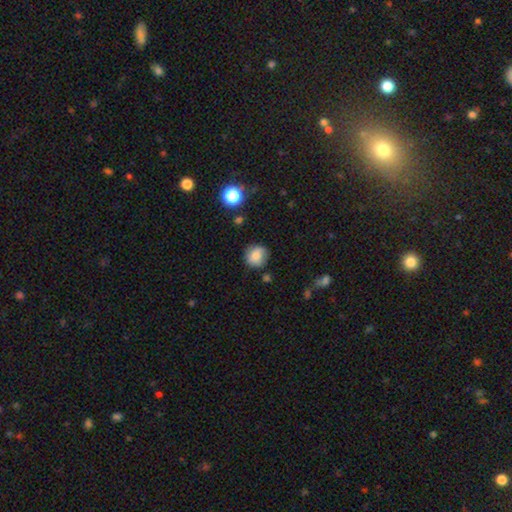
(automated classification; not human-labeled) This appears to be a smooth galaxy with no disk features (76%) that is round (86%). Merging: none (77%).